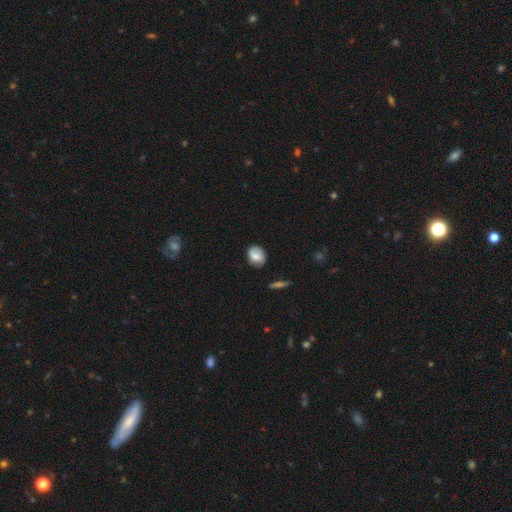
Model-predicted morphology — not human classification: smooth_or_featured: smooth (p=0.67) [alt: featured or disk p=0.25]
how_rounded: in between (p=0.55) [alt: round p=0.43]
merging: none (p=0.73) [alt: minor disturbance p=0.20]